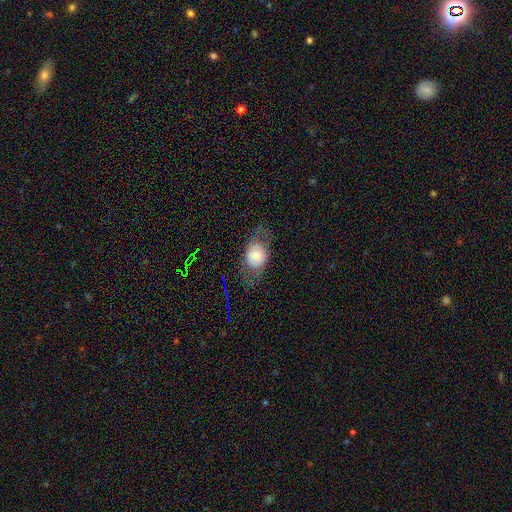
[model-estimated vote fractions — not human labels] smooth_or_featured: smooth (p=0.60) [alt: featured or disk p=0.30]
how_rounded: in between (p=0.59) [alt: round p=0.39]
merging: none (p=0.66) [alt: minor disturbance p=0.18]